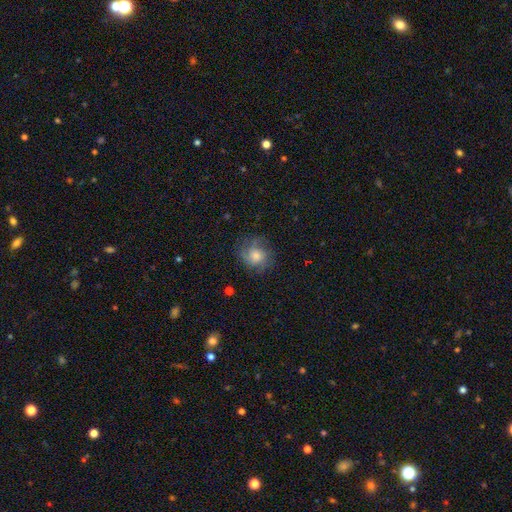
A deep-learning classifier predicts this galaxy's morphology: Overall: featured or disk (44%, tied with smooth). Merging: none (72%).